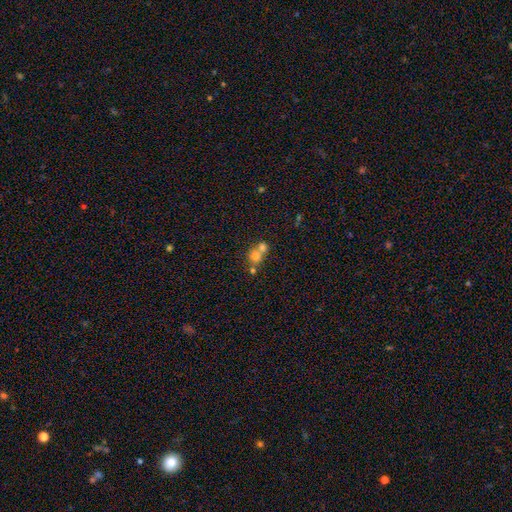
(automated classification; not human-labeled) smooth-or-featured: smooth: 72% | featured or disk: 15% | star or artifact: 13%
  how-rounded: round: 81% | in between: 18% | cigar-shaped: 1%
  merging: merger: 59% | none: 33% | minor disturbance: 5% | major disturbance: 3%